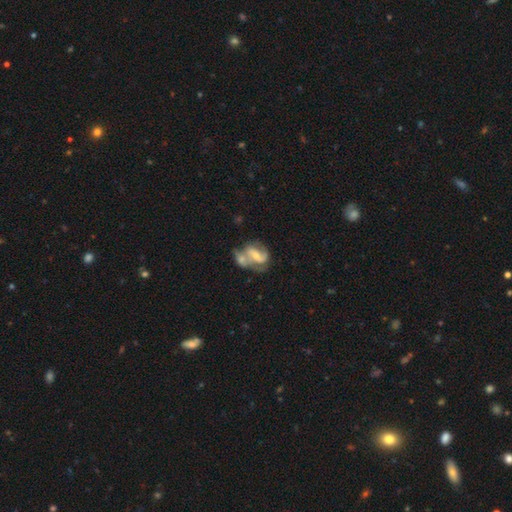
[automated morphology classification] This appears to be a featured or disk galaxy (74%) with a weak bar (43%), 2 (77%) medium (49%) spiral arms (82%) and a moderate central bulge (48%). Merging: merger (52%).